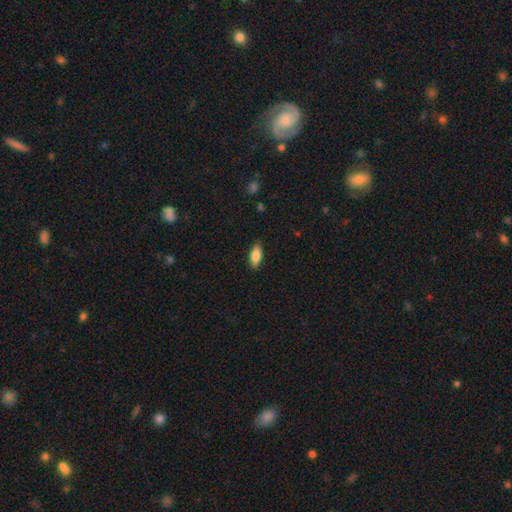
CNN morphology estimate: Overall: smooth (82%). How rounded: in between (81%). Merging: none (87%).